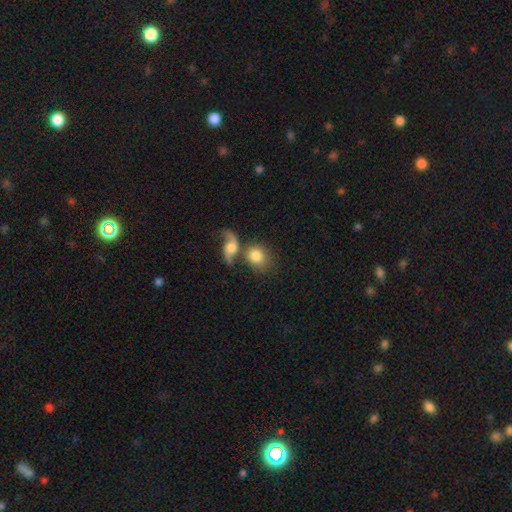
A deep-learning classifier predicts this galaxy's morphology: smooth-or-featured: smooth: 71% | featured or disk: 21% | star or artifact: 7%
  how-rounded: round: 65% | in between: 33% | cigar-shaped: 2%
  merging: merger: 41% | none: 40% | minor disturbance: 11% | major disturbance: 8%